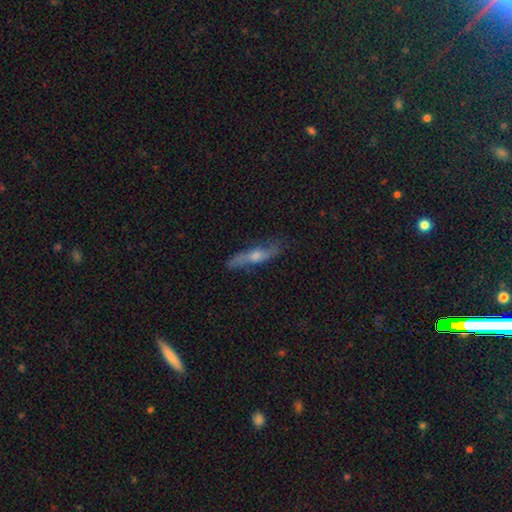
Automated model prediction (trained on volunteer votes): Smooth or featured? featured or disk (59%)
Edge-on disk? yes (60%)
Merging? none (75%)